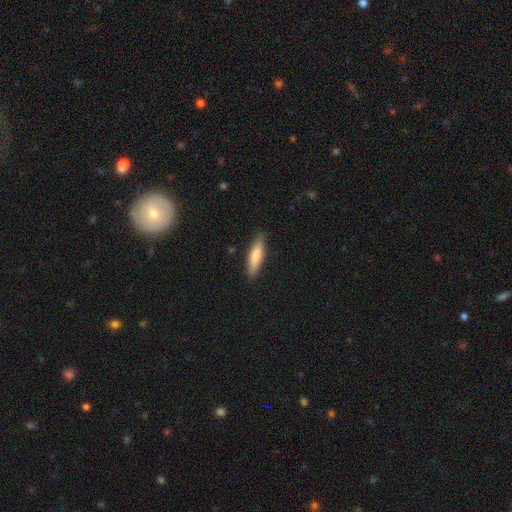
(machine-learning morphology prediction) smooth_or_featured: smooth (p=0.75) [alt: featured or disk p=0.20]
how_rounded: cigar-shaped (p=0.69) [alt: in between p=0.29]
merging: none (p=0.86) [alt: minor disturbance p=0.11]